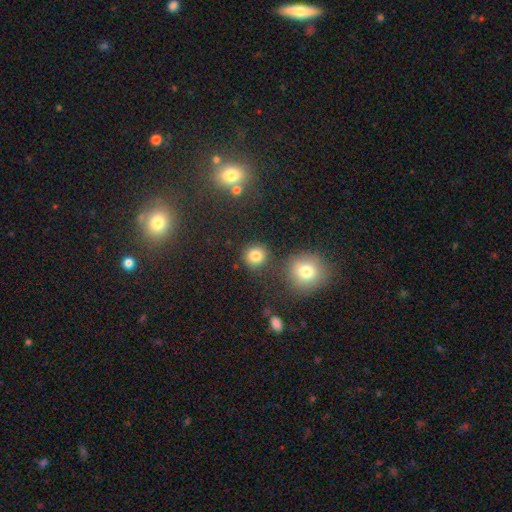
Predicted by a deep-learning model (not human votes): Smooth or featured? smooth (81%)
How rounded? round (89%)
Merging? none (82%)